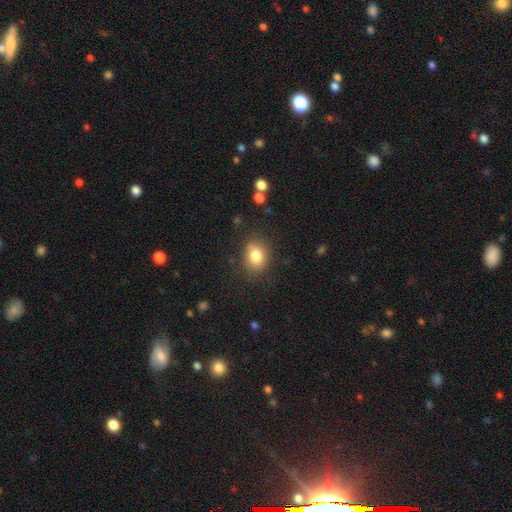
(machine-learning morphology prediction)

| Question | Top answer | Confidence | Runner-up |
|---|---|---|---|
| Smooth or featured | smooth | 82% | star or artifact (10%) |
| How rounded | in between | 55% | round (44%) |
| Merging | none | 79% | minor disturbance (14%) |